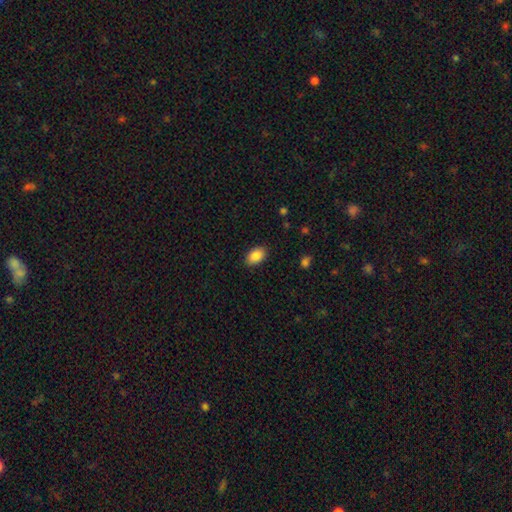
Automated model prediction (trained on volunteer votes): Smooth or featured: smooth — 88% (star or artifact — 7%)
How rounded: in between — 90% (round — 8%)
Merging: none — 88% (minor disturbance — 9%)